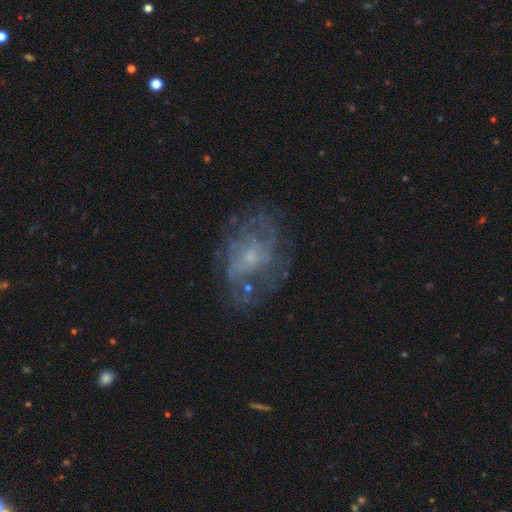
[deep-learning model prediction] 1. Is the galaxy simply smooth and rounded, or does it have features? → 64% featured or disk, 19% smooth, 17% star or artifact.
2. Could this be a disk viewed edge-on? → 96% no, 4% yes.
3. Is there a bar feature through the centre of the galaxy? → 69% no, 26% weak, 5% strong.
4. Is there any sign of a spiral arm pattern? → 61% yes, 39% no.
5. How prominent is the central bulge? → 63% small, 24% moderate, 10% none, 2% large, 1% dominant.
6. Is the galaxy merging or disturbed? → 65% none, 18% minor disturbance, 14% major disturbance, 3% merger.